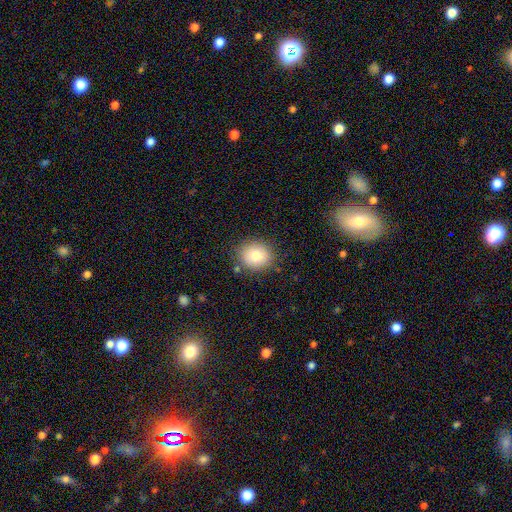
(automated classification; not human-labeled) Smooth or featured: smooth — 80% (featured or disk — 10%)
How rounded: round — 74% (in between — 25%)
Merging: none — 83% (minor disturbance — 12%)